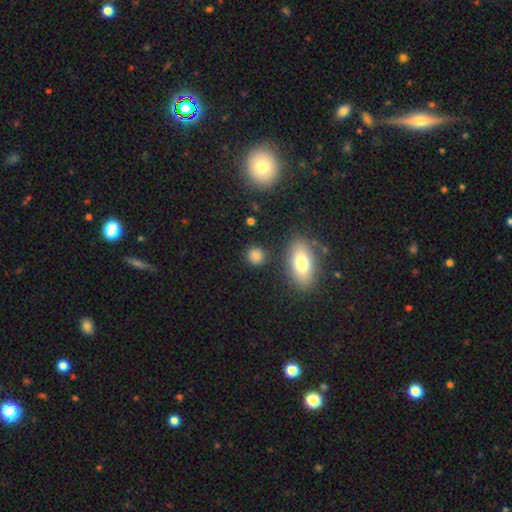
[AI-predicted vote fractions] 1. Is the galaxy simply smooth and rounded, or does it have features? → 83% smooth, 11% star or artifact, 6% featured or disk.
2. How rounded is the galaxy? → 78% round, 19% in between, 2% cigar-shaped.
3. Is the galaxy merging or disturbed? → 83% none, 10% minor disturbance, 4% merger, 3% major disturbance.